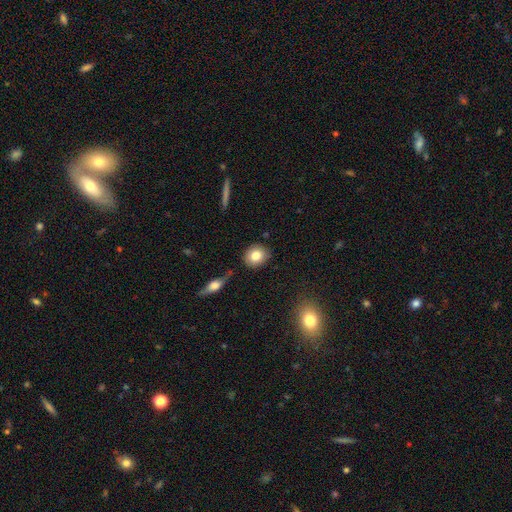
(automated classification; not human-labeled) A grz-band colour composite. It shows a smooth galaxy with no disk features (82%) that is round (74%). Merging: none (85%).